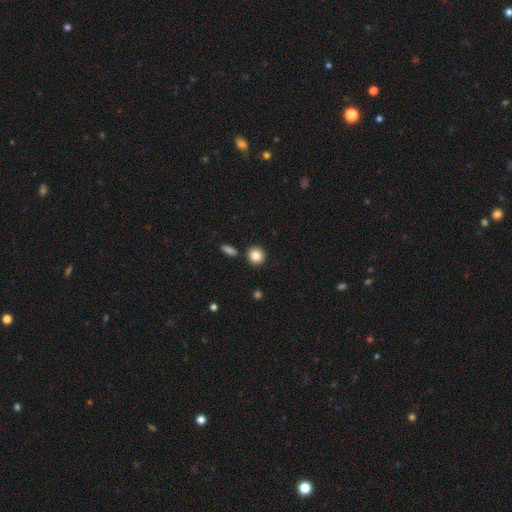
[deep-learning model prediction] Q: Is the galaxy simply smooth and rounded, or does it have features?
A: smooth — 85%.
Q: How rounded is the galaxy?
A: round — 90%.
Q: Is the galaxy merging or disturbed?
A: none — 87%.